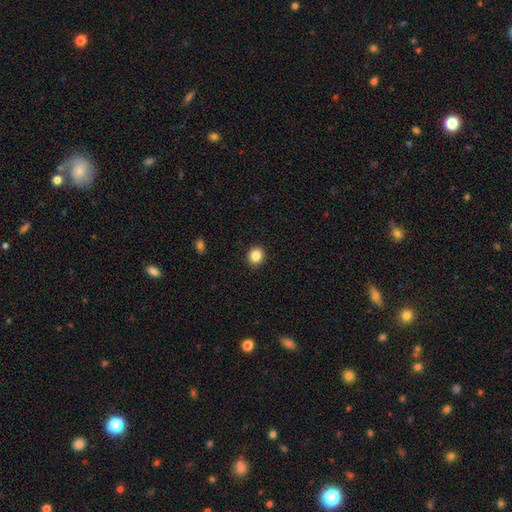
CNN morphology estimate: The model was most divided on "how rounded": round: 84%, in between: 15%, cigar-shaped: 1%. More confident: merging — none (93%); smooth or featured — smooth (86%).